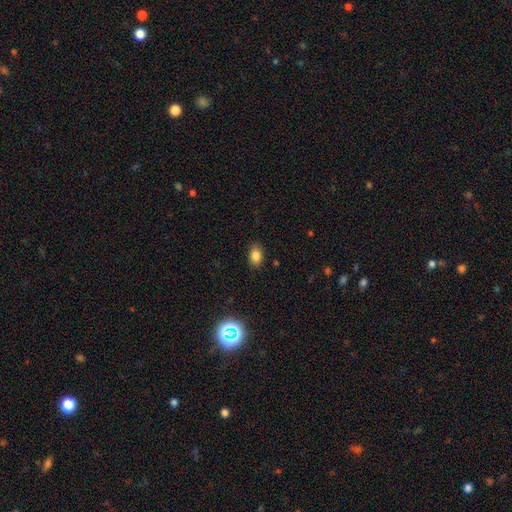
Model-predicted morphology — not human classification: Smooth or featured? smooth (83%)
How rounded? in between (83%)
Merging? none (87%)